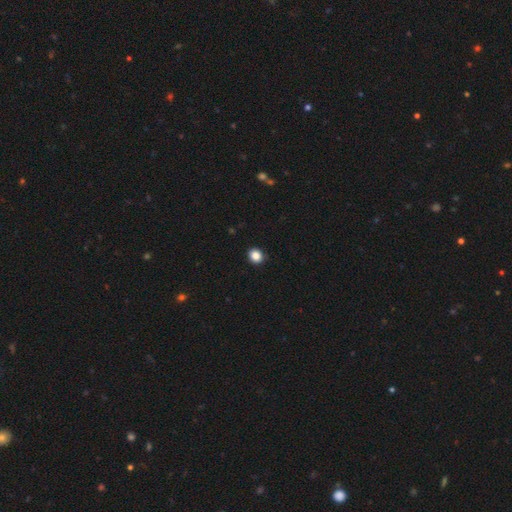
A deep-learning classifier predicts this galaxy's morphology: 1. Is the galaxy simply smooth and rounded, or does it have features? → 86% smooth, 10% star or artifact, 3% featured or disk.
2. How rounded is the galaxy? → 75% round, 24% in between, 1% cigar-shaped.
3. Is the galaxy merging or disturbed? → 91% none, 6% minor disturbance, 2% major disturbance, 1% merger.